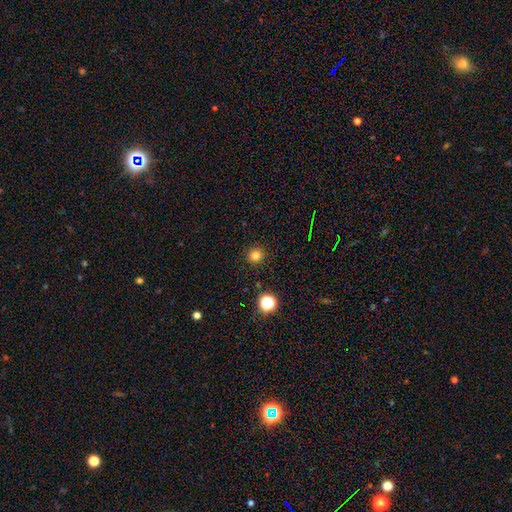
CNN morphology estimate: type=smooth (80%); roundness=round (95%); merging=none (92%).